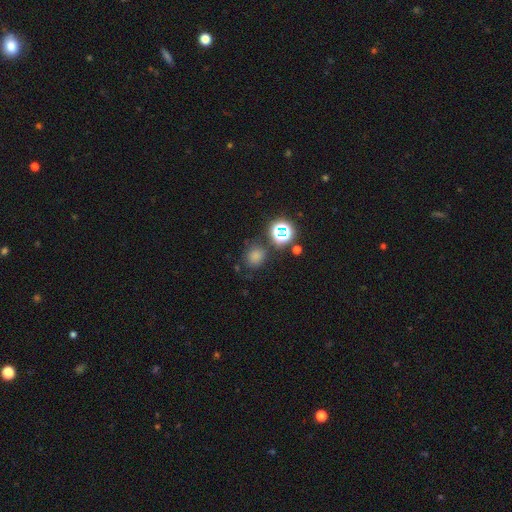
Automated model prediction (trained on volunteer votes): A smooth galaxy with no disk features (70%) that is round (78%). Merging: none (75%).